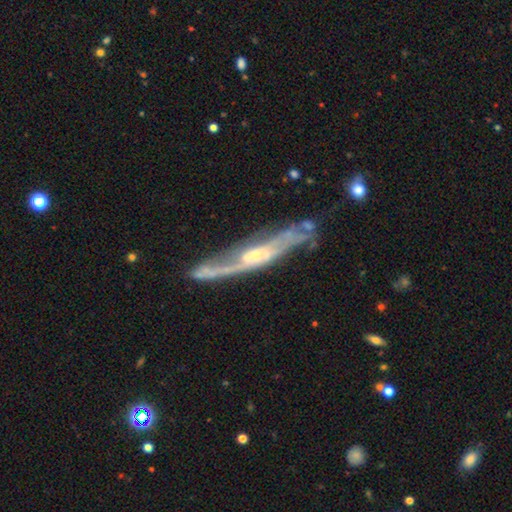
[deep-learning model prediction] smooth_or_featured: featured or disk (p=0.79) [alt: smooth p=0.15]
disk_edge_on: no (p=0.53) [alt: yes p=0.47]
merging: none (p=0.46) [alt: major disturbance p=0.22]